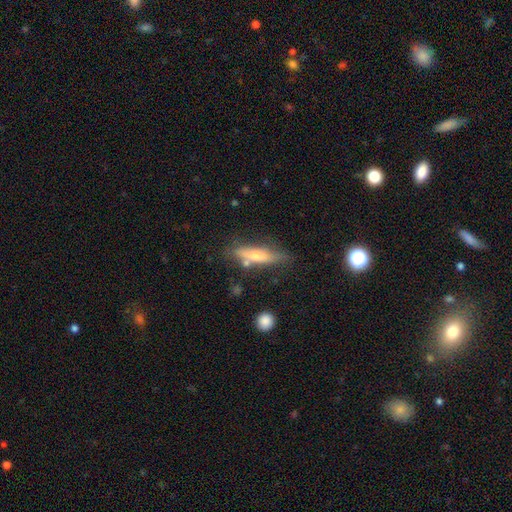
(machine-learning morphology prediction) smooth_or_featured: smooth (p=0.48) [alt: featured or disk p=0.44]
merging: none (p=0.65) [alt: minor disturbance p=0.21]